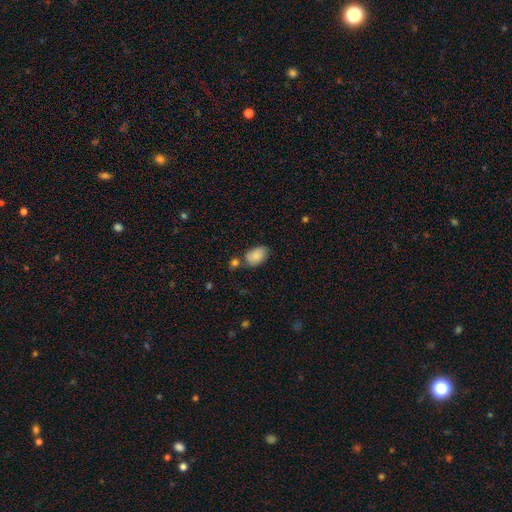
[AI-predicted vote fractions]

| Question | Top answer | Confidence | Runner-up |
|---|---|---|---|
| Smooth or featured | smooth | 83% | featured or disk (10%) |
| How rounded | in between | 88% | round (10%) |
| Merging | none | 59% | minor disturbance (22%) |